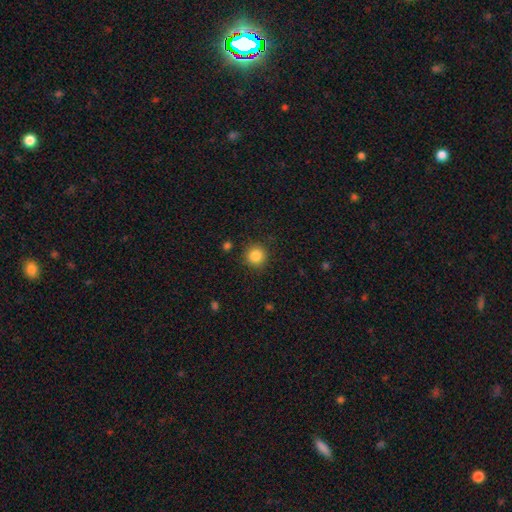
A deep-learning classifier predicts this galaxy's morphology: Overall: smooth (85%). How rounded: round (94%). Merging: none (89%).